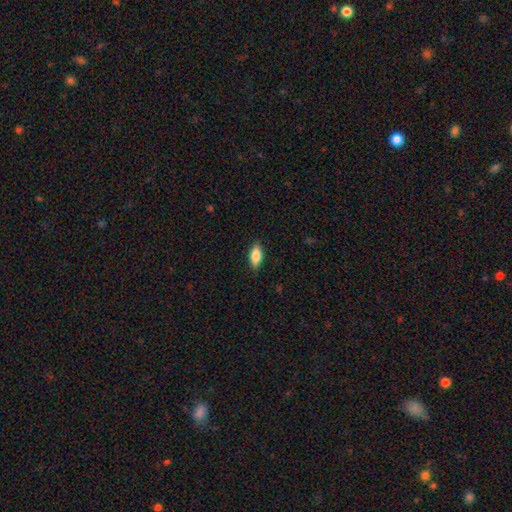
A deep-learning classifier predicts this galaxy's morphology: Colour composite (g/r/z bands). It shows a smooth galaxy with no disk features (84%) that is in between round and cigar-shaped (86%). Merging: none (88%).